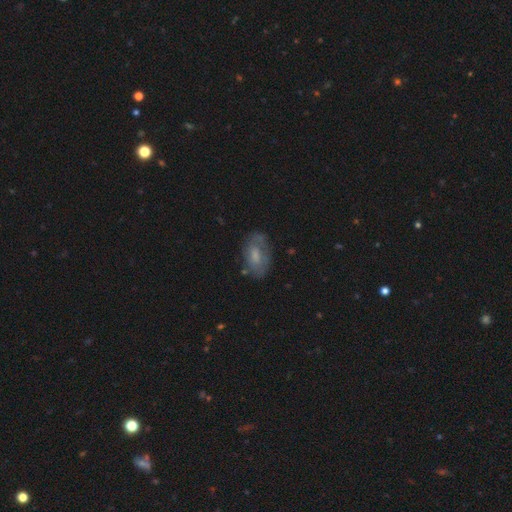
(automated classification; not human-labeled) Smooth or featured? Predicted: smooth (p=0.50). How rounded? Predicted: in between (p=0.89). Merging? Predicted: none (p=0.64).